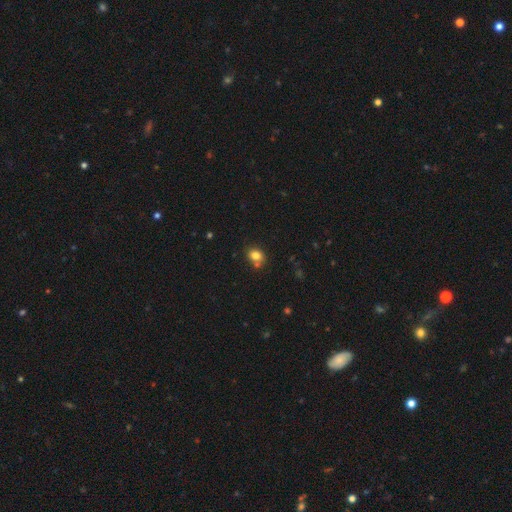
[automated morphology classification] smooth 79%, star or artifact 12%, featured or disk 9%. Down the decision tree: how rounded — round (56%); merging — none (63%).